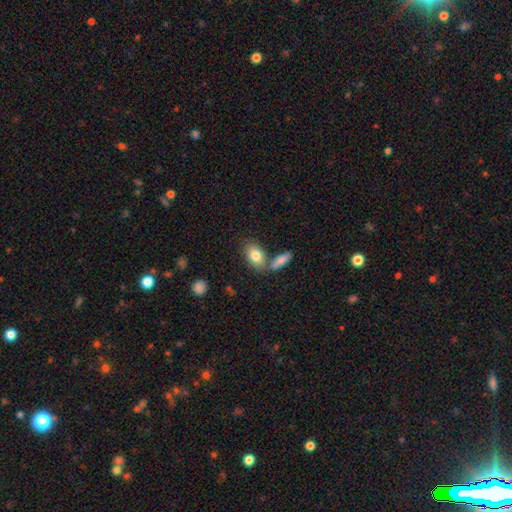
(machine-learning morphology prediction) Smooth or featured? smooth (81%)
How rounded? in between (88%)
Merging? none (57%)